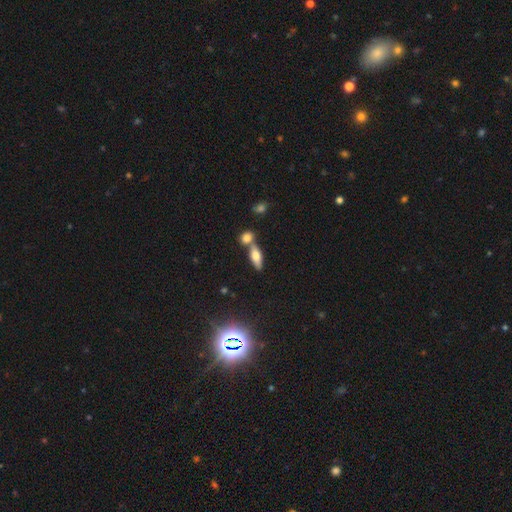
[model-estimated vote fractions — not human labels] smooth_or_featured: smooth (p=0.58) [alt: featured or disk p=0.32]
how_rounded: in between (p=0.64) [alt: cigar-shaped p=0.32]
merging: none (p=0.54) [alt: merger p=0.33]